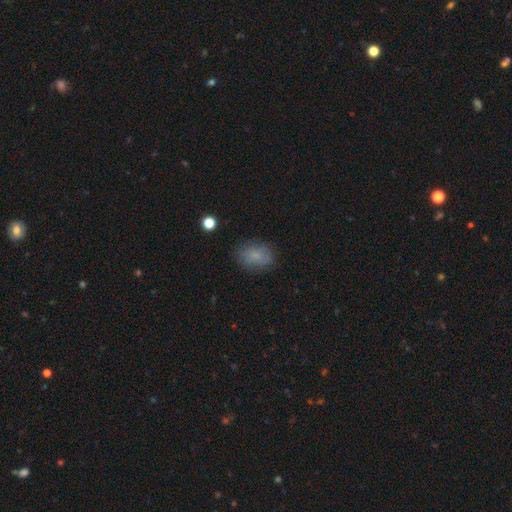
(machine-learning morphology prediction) This appears to be a smooth galaxy with no disk features (76%) that is in between round and cigar-shaped (73%). Merging: none (77%).